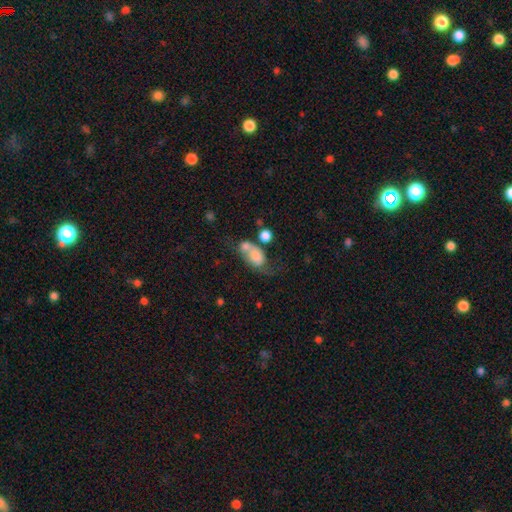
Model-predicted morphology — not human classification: smooth-or-featured: smooth: 66% | featured or disk: 24% | star or artifact: 9%
  how-rounded: in between: 74% | round: 23% | cigar-shaped: 3%
  merging: merger: 50% | none: 19% | major disturbance: 18% | minor disturbance: 13%